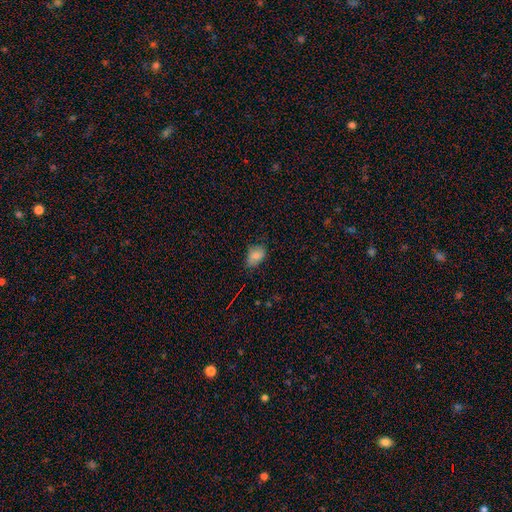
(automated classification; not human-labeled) The model was most divided on "merging": none: 62%, minor disturbance: 31%, major disturbance: 6%, merger: 2%. More confident: how rounded — in between (84%); smooth or featured — smooth (80%).